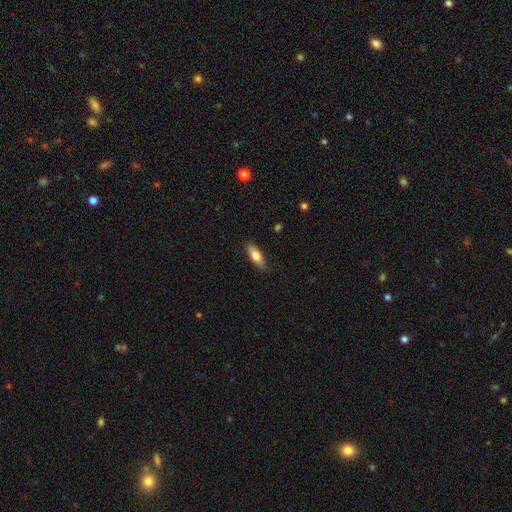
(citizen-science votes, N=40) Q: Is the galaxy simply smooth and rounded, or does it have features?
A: smooth — 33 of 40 (82%).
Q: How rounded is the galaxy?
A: in between — 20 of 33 (61%).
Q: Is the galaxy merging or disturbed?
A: none — 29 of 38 (76%).